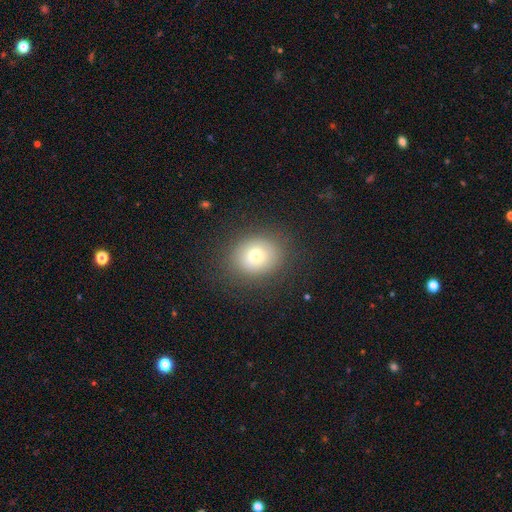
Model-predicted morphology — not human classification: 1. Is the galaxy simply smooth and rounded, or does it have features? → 75% smooth, 13% featured or disk, 12% star or artifact.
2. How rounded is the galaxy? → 63% round, 36% in between, 1% cigar-shaped.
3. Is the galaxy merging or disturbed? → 86% none, 9% minor disturbance, 4% major disturbance, 1% merger.